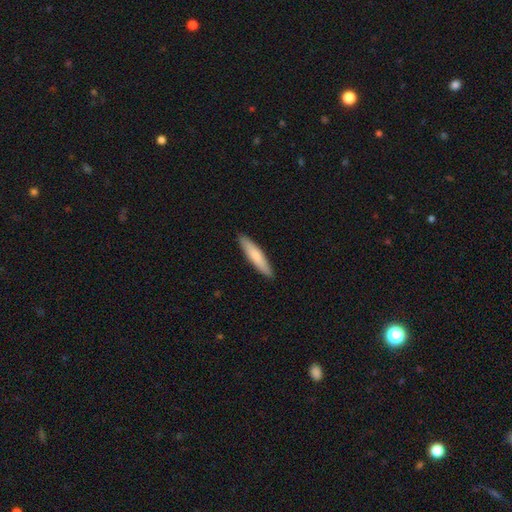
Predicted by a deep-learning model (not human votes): smooth 78%, featured or disk 17%, star or artifact 5%. Down the decision tree: how rounded — cigar-shaped (87%); merging — none (91%).